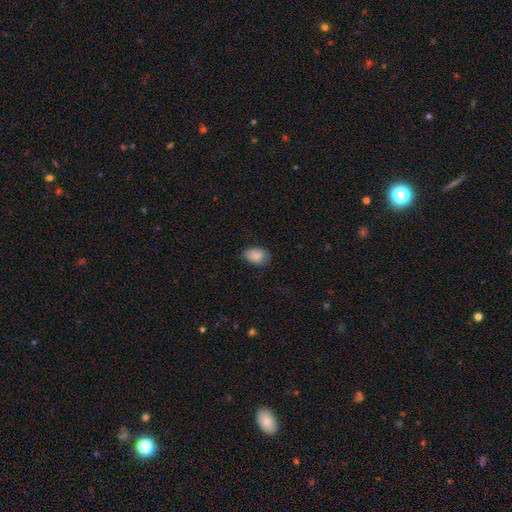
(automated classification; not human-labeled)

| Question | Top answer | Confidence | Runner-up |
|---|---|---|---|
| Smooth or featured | smooth | 86% | star or artifact (7%) |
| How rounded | in between | 82% | round (16%) |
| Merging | none | 66% | minor disturbance (27%) |